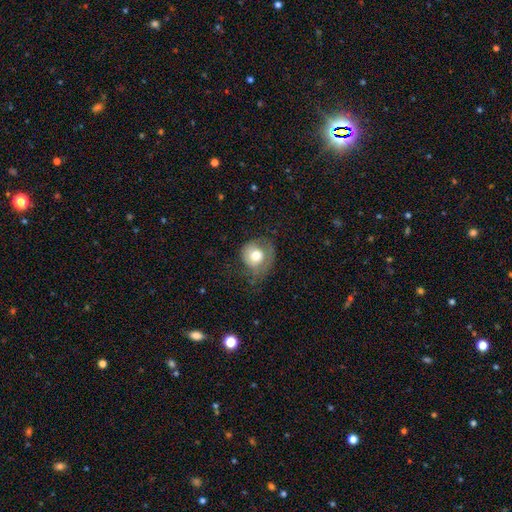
A smooth galaxy with no disk features (56%) that is round (95%). Merging: minor disturbance (42%).